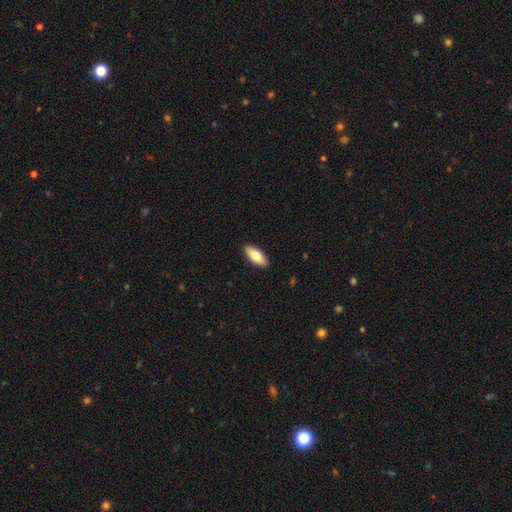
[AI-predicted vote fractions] This is likely a smooth galaxy (77%). How rounded: likely in between (80%). Merging: clearly none (90%).